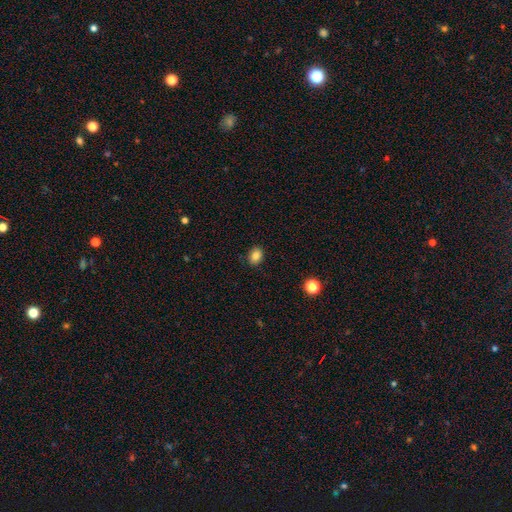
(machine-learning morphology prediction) Smooth or featured?
  - smooth: 84% *
  - star or artifact: 11%
  - featured or disk: 5%
How rounded?
  - in between: 61% *
  - round: 38%
  - cigar-shaped: 1%
Merging?
  - none: 88% *
  - minor disturbance: 9%
  - major disturbance: 2%
  - merger: 1%